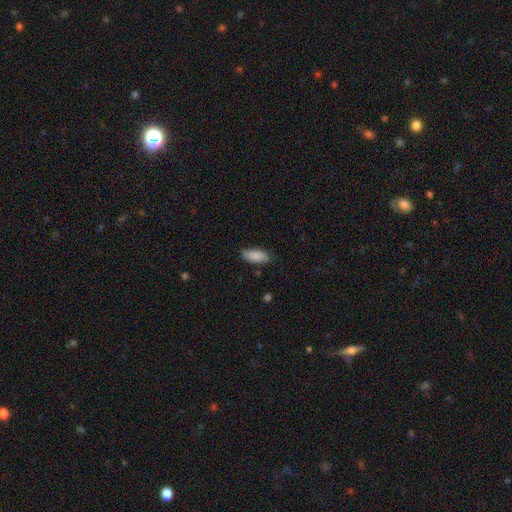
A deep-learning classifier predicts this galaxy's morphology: type=smooth (87%); roundness=in between (87%); merging=none (86%).